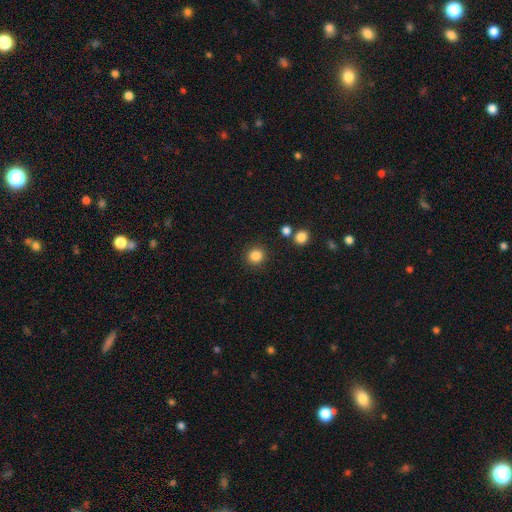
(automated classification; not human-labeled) Smooth or featured? Predicted: smooth (p=0.85). How rounded? Predicted: round (p=0.91). Merging? Predicted: none (p=0.89).